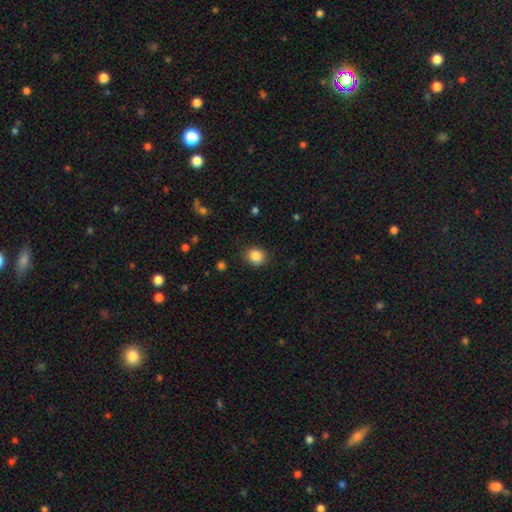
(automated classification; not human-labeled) A smooth galaxy with no disk features (86%) that is round (74%). Merging: none (87%).